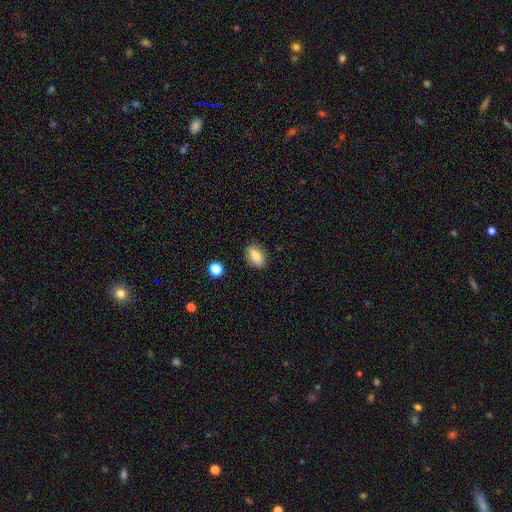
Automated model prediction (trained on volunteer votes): This is clearly a smooth galaxy (83%). How rounded: clearly in between (86%). Merging: clearly none (87%).